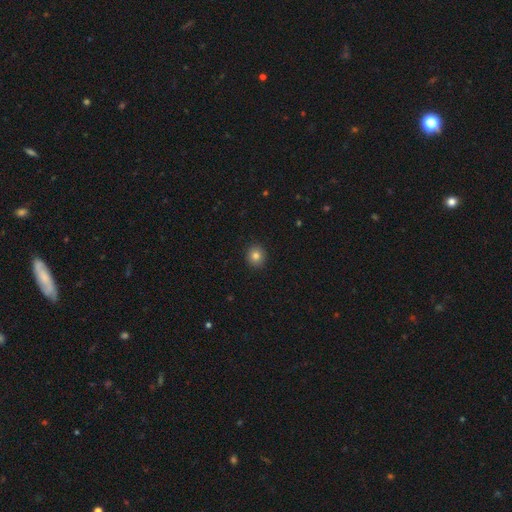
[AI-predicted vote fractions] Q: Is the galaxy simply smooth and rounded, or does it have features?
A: smooth — 81%.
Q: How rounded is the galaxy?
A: round — 85%.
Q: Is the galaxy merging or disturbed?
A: none — 91%.